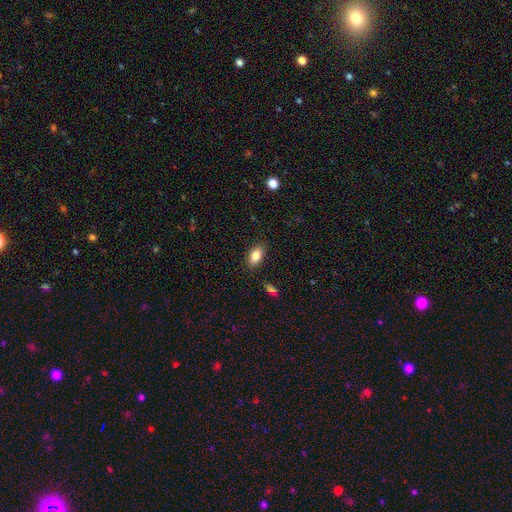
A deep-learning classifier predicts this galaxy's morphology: A smooth galaxy with no disk features (85%) that is in between round and cigar-shaped (91%).

Vote fractions:
- Smooth or featured? smooth: 85% / star or artifact: 8% / featured or disk: 8%
- How rounded? in between: 91% / round: 6% / cigar-shaped: 3%
- Merging? none: 86% / minor disturbance: 10% / major disturbance: 2% / merger: 1%